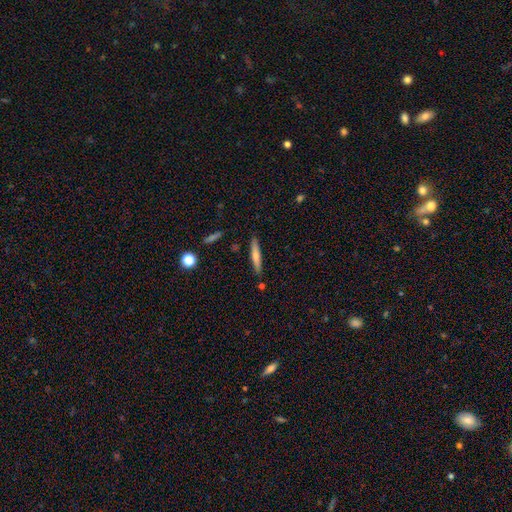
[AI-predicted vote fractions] smooth 55%, featured or disk 38%, star or artifact 6%. Down the decision tree: how rounded — cigar-shaped (91%); merging — none (88%).